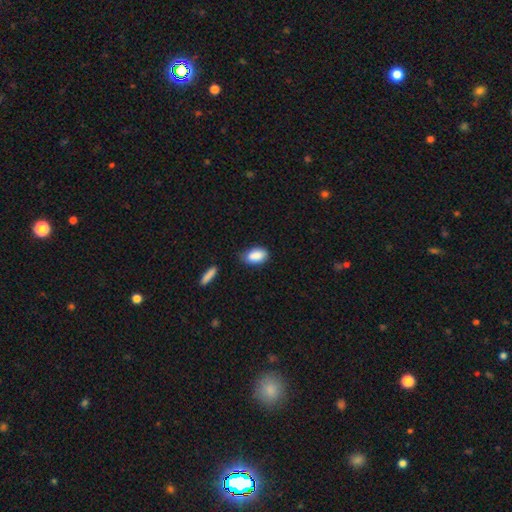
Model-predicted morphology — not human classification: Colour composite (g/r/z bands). It shows a smooth galaxy with no disk features (88%) that is in between round and cigar-shaped (92%). Merging: none (69%).